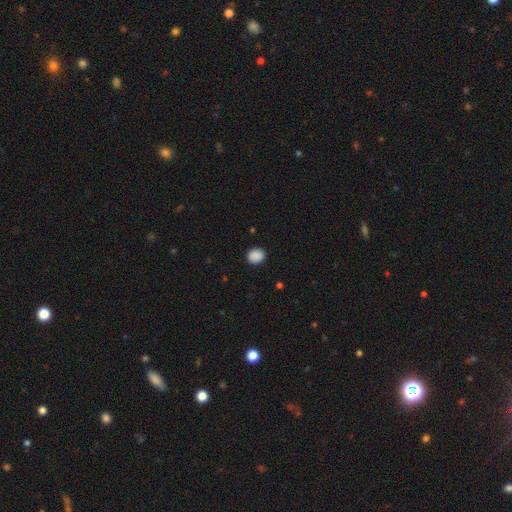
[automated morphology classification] smooth-or-featured: smooth: 89% | star or artifact: 9% | featured or disk: 2%
  how-rounded: round: 68% | in between: 31% | cigar-shaped: 1%
  merging: none: 89% | minor disturbance: 8% | major disturbance: 2% | merger: 1%